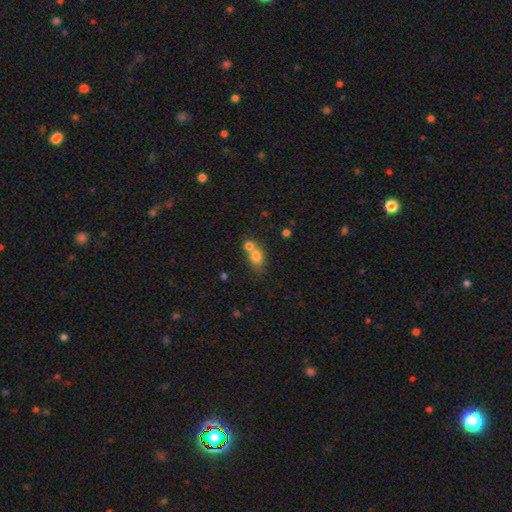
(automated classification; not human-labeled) A smooth galaxy with no disk features (78%) that is round (52%). Merging: merger (49%).